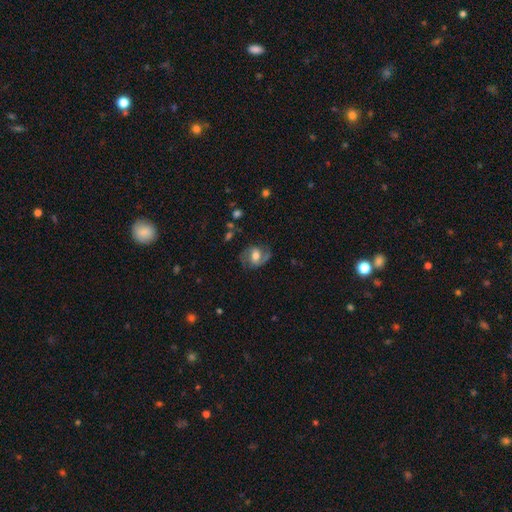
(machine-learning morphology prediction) smooth_or_featured: featured or disk (p=0.73) [alt: smooth p=0.20]
disk_edge_on: no (p=0.97) [alt: yes p=0.03]
bar: weak (p=0.45) [alt: no p=0.36]
has_spiral_arms: yes (p=0.91) [alt: no p=0.09]
spiral_winding: medium (p=0.53) [alt: loose p=0.26]
spiral_arm_count: 2 (p=0.86) [alt: 1 p=0.06]
bulge_size: moderate (p=0.57) [alt: large p=0.25]
merging: none (p=0.71) [alt: minor disturbance p=0.17]